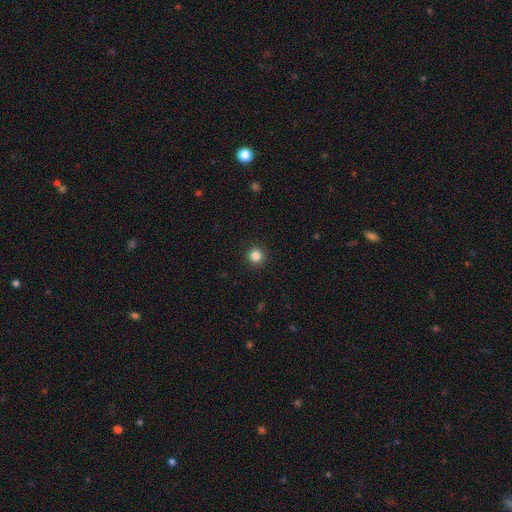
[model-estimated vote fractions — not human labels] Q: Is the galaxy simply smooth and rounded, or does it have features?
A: smooth — 84%.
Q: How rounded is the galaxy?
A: round — 96%.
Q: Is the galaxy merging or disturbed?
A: none — 93%.